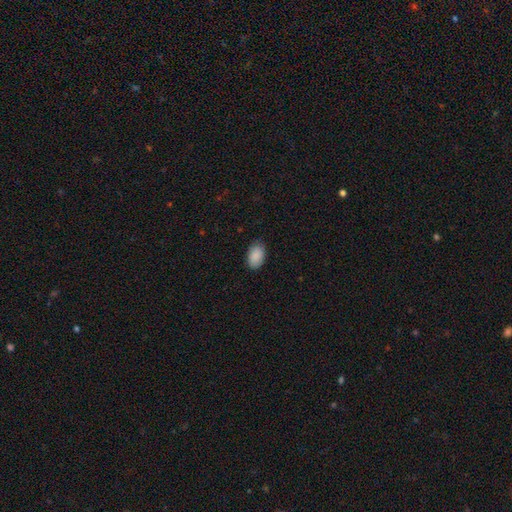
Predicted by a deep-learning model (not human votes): Smooth or featured?
  - smooth: 90% *
  - star or artifact: 6%
  - featured or disk: 4%
How rounded?
  - in between: 92% *
  - round: 7%
  - cigar-shaped: 1%
Merging?
  - none: 83% *
  - minor disturbance: 14%
  - major disturbance: 3%
  - merger: 1%